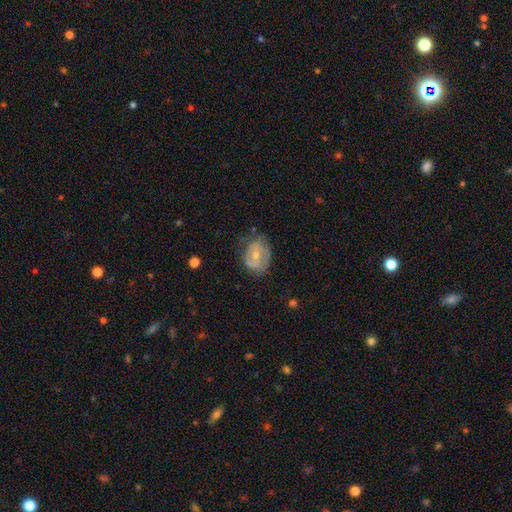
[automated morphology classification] type=featured or disk (54%); edge-on=no (96%); bar=no (56%); spiral arms=no (52%); bulge=moderate (51%); merging=none (57%).